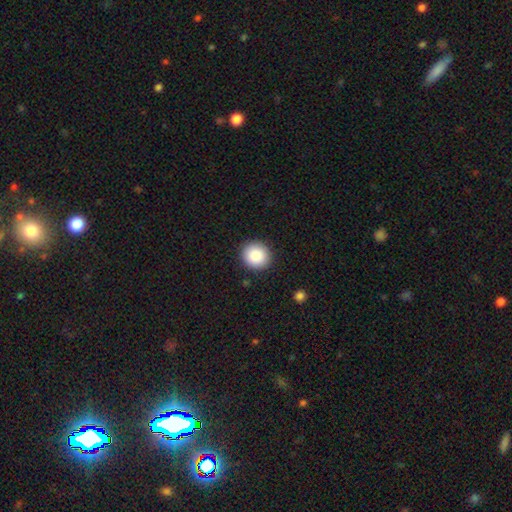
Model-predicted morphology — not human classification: Smooth or featured?
  - smooth: 87% *
  - star or artifact: 8%
  - featured or disk: 5%
How rounded?
  - round: 90% *
  - in between: 9%
  - cigar-shaped: 1%
Merging?
  - none: 91% *
  - minor disturbance: 6%
  - major disturbance: 2%
  - merger: 1%